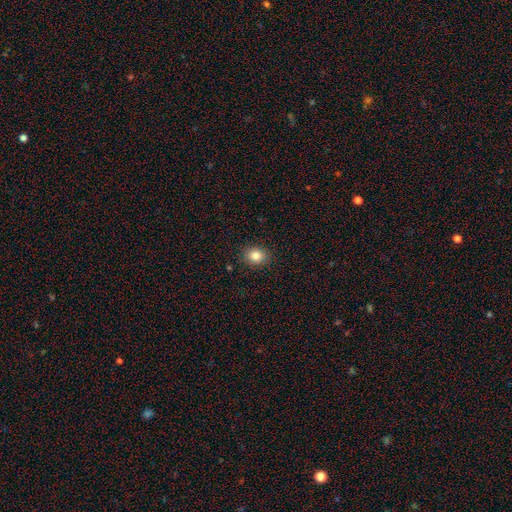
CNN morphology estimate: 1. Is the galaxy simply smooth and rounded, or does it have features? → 84% smooth, 10% star or artifact, 6% featured or disk.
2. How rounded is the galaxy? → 61% round, 38% in between, 1% cigar-shaped.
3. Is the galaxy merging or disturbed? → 89% none, 8% minor disturbance, 2% major disturbance, 1% merger.